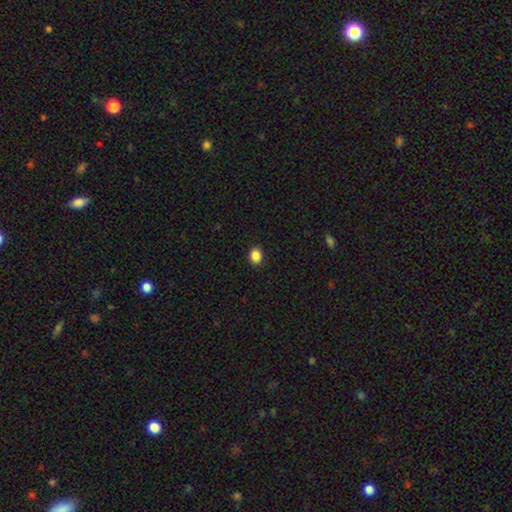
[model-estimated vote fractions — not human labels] This appears to be a smooth galaxy with no disk features (87%) that is round (57%). Merging: none (91%).